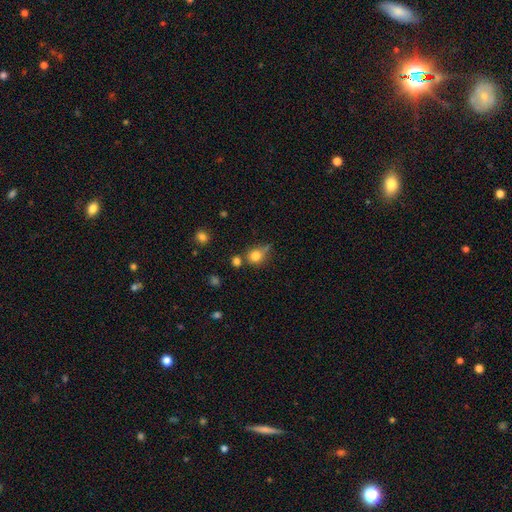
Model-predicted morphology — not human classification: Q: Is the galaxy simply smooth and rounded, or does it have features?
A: smooth — 80%.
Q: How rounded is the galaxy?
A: round — 78%.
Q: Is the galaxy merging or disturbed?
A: none — 54%.